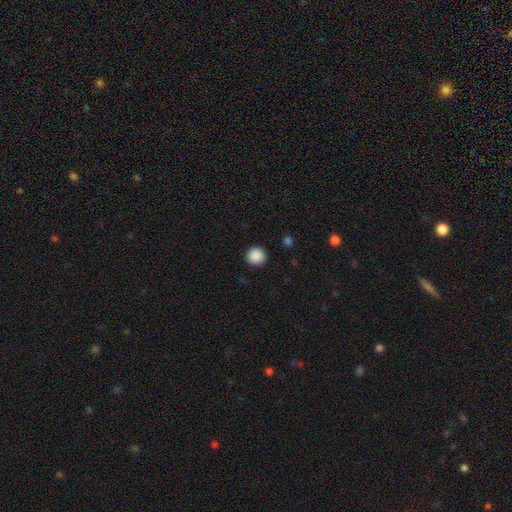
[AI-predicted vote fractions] Overall: smooth (89%). How rounded: round (94%). Merging: none (92%).